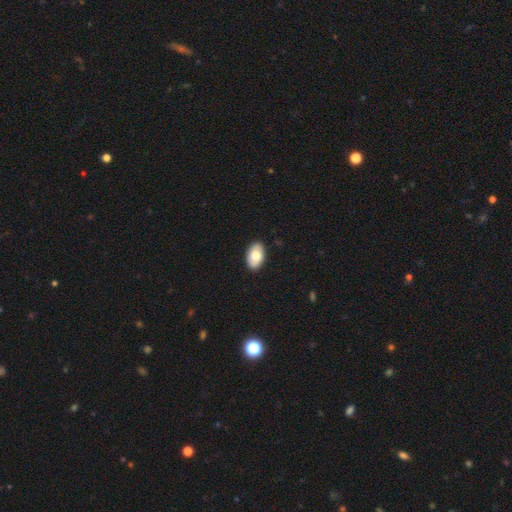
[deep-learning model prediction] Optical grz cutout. It shows a smooth galaxy with no disk features (78%) that is in between round and cigar-shaped (92%). Merging: none (89%).